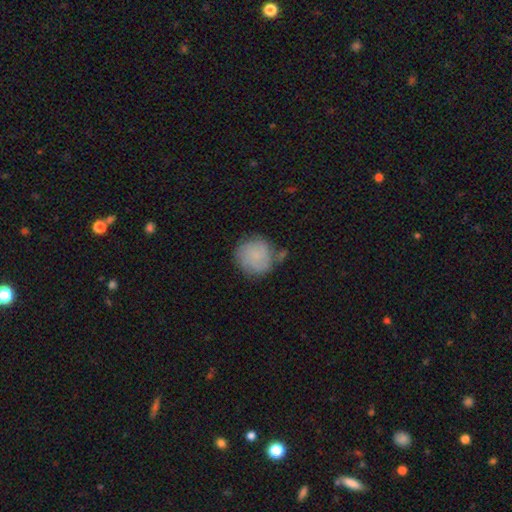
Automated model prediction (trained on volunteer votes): Smooth or featured? smooth (75%)
How rounded? round (91%)
Merging? none (64%)